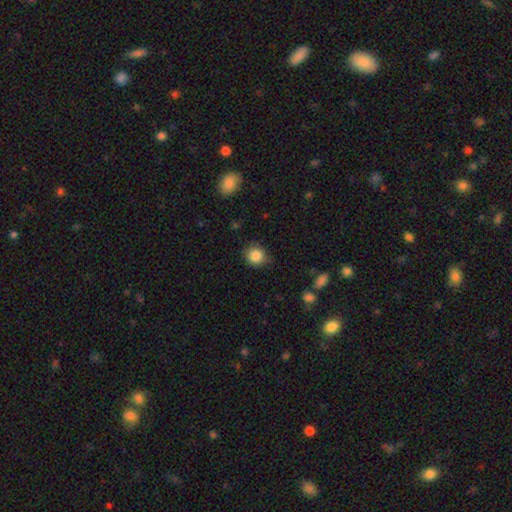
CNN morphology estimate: Smooth or featured?
  - smooth: 86% *
  - star or artifact: 10%
  - featured or disk: 4%
How rounded?
  - round: 86% *
  - in between: 13%
  - cigar-shaped: 1%
Merging?
  - none: 83% *
  - minor disturbance: 13%
  - major disturbance: 3%
  - merger: 1%